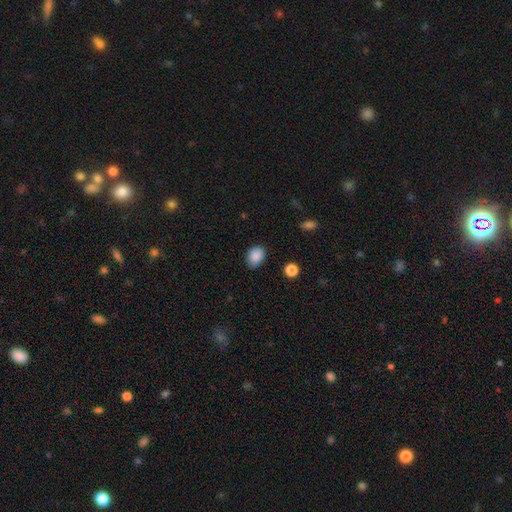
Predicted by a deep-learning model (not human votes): smooth 87%, star or artifact 9%, featured or disk 4%. Down the decision tree: how rounded — in between (56%); merging — none (76%).